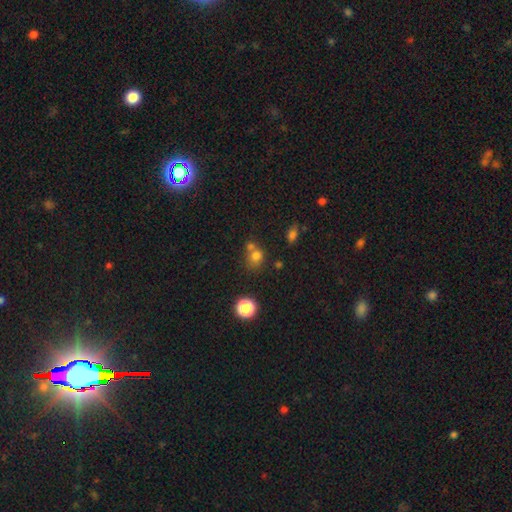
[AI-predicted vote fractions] This is likely a smooth galaxy (72%). How rounded: likely round (69%). Merging: marginally none (43%).